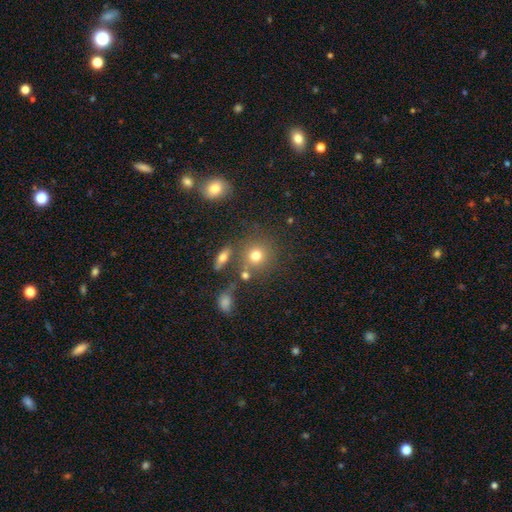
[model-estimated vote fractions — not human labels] Q: Smooth or featured?
A: smooth (74%); runner-up: star or artifact (15%)
Q: How rounded?
A: round (86%); runner-up: in between (13%)
Q: Merging?
A: none (69%); runner-up: merger (14%)